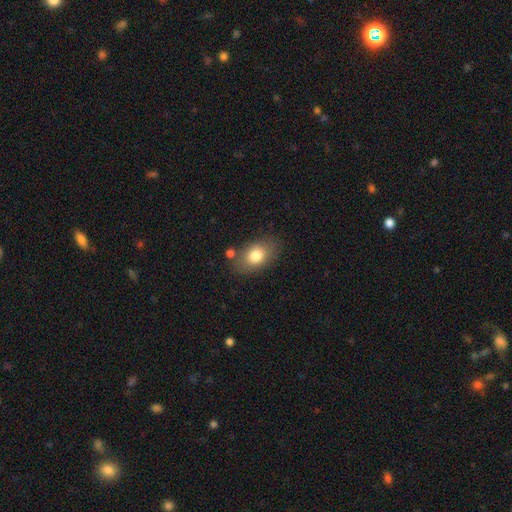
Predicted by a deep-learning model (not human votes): Morphology: type=smooth (78%); roundness=in between (83%); merging=none (75%).